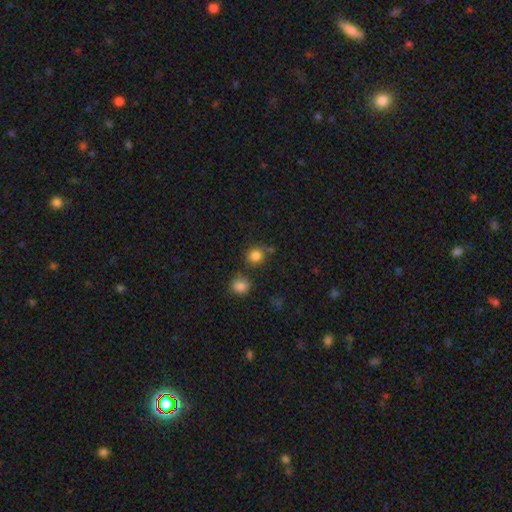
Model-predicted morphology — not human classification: A smooth galaxy with no disk features (83%) that is round (84%).

Vote fractions:
- Smooth or featured? smooth: 83% / star or artifact: 12% / featured or disk: 5%
- How rounded? round: 84% / in between: 15% / cigar-shaped: 1%
- Merging? none: 72% / minor disturbance: 13% / merger: 11% / major disturbance: 4%